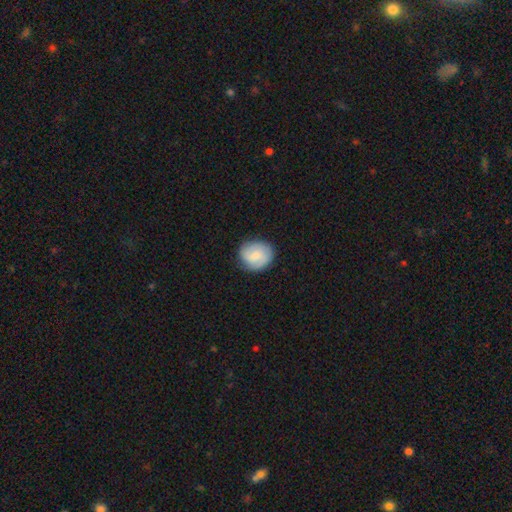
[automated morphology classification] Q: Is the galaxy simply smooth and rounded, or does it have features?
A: smooth — 65%.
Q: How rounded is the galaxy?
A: round — 75%.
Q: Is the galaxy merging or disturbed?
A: none — 82%.